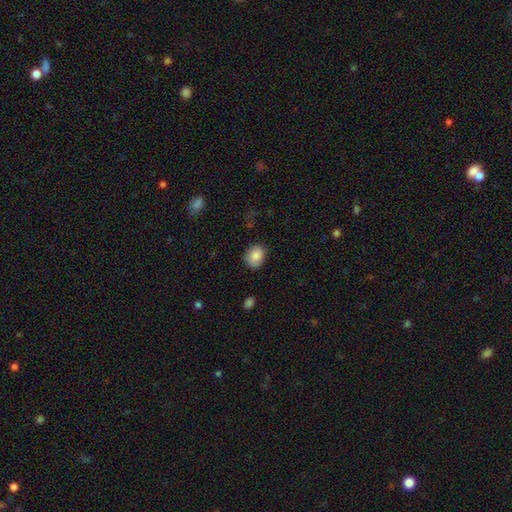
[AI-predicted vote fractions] Smooth or featured: smooth — 86% (star or artifact — 8%)
How rounded: in between — 56% (round — 43%)
Merging: none — 74% (minor disturbance — 20%)